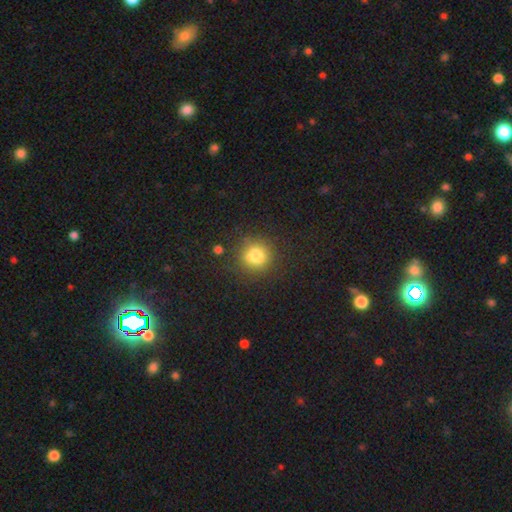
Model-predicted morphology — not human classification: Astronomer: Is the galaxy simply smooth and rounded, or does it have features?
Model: smooth — 79%.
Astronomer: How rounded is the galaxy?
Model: round — 88%.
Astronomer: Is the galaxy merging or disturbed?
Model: none — 82%.